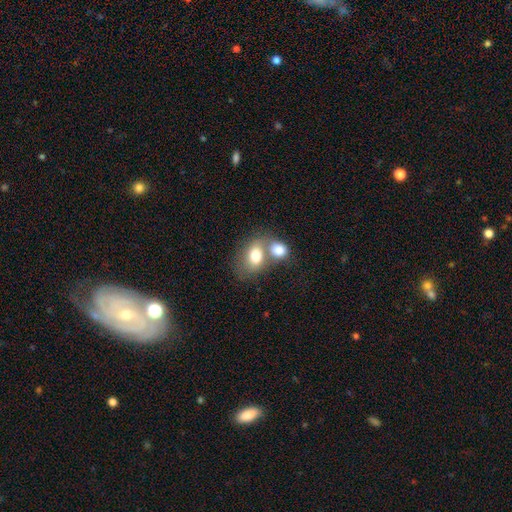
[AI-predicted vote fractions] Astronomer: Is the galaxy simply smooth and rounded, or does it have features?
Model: smooth — 76%.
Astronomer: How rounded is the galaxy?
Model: in between — 67%.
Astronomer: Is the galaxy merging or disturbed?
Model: merger — 62%.